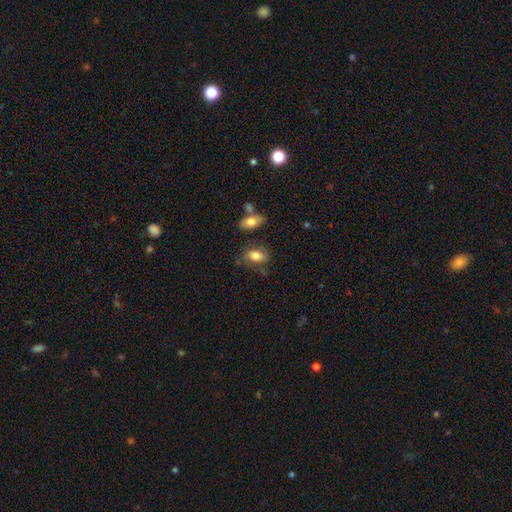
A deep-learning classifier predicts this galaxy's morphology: A smooth galaxy with no disk features (76%) that is in between round and cigar-shaped (88%). Merging: none (63%).